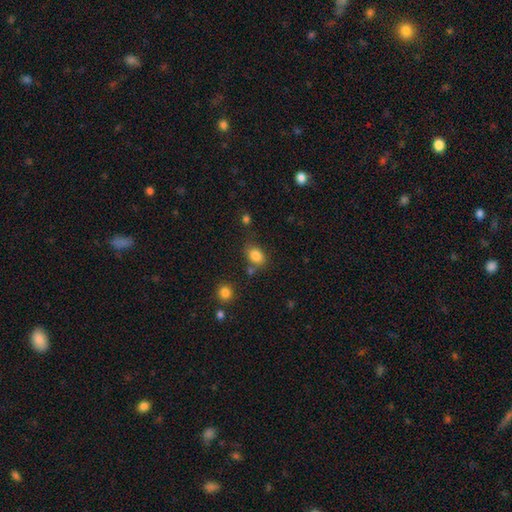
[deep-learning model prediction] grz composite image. It shows a smooth galaxy with no disk features (84%) that is in between round and cigar-shaped (69%). Merging: none (67%).